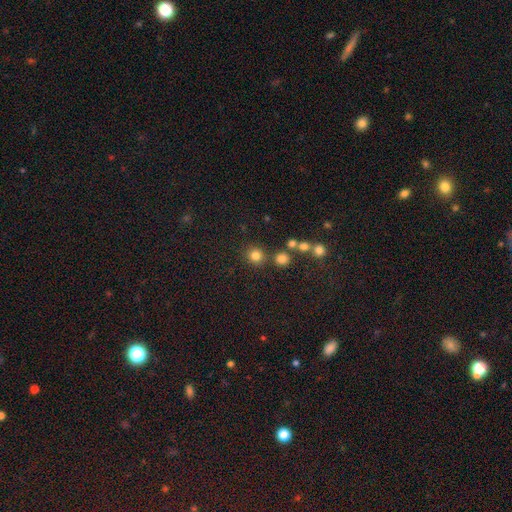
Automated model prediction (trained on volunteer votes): The model was most divided on "smooth or featured": smooth: 80%, star or artifact: 15%, featured or disk: 6%. More confident: how rounded — round (91%); merging — none (80%).